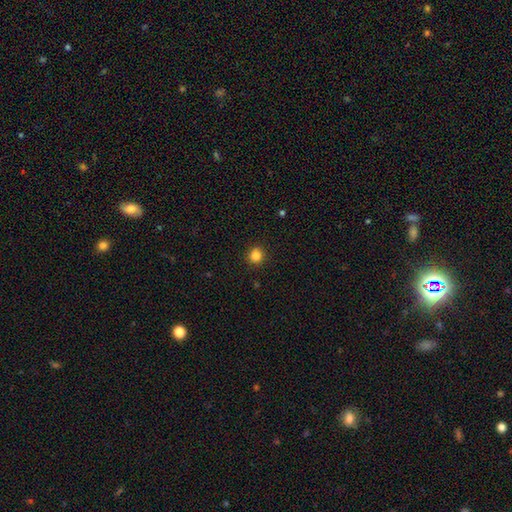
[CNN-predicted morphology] smooth 84%, star or artifact 12%, featured or disk 4%. Down the decision tree: how rounded — round (90%); merging — none (91%).